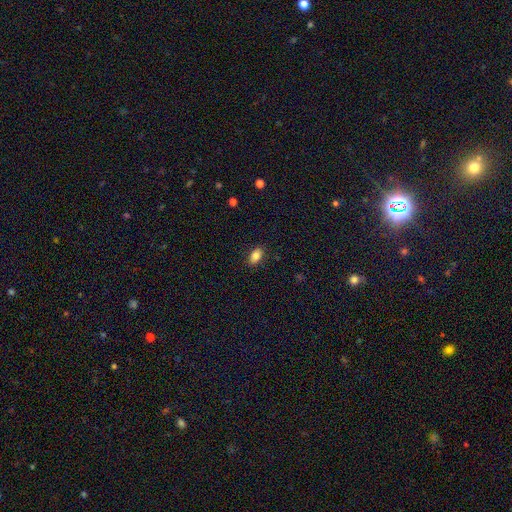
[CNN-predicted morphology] type=smooth (84%); roundness=in between (90%); merging=none (87%).